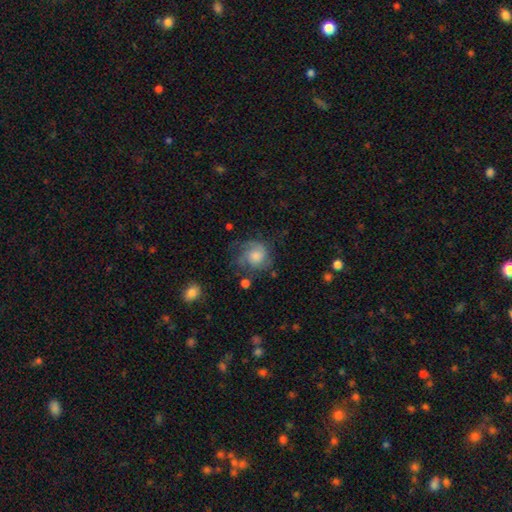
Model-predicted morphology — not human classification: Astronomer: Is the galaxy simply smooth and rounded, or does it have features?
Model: featured or disk — 57% (runner-up: smooth, 34%).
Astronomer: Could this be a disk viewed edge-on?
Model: no — 98%.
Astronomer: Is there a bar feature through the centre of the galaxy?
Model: no — 75%.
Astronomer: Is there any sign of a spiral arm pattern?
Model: yes — 88%.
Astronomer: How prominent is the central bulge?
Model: moderate — 44% (runner-up: small, 24%).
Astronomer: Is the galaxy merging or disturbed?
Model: none — 59%.